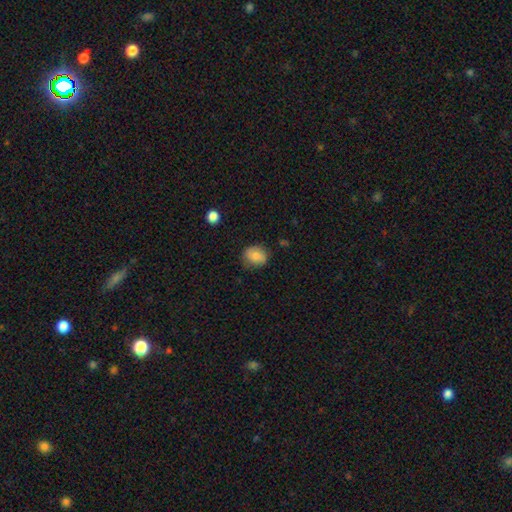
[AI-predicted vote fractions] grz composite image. It shows a smooth galaxy with no disk features (79%) that is round (65%). Merging: none (77%).